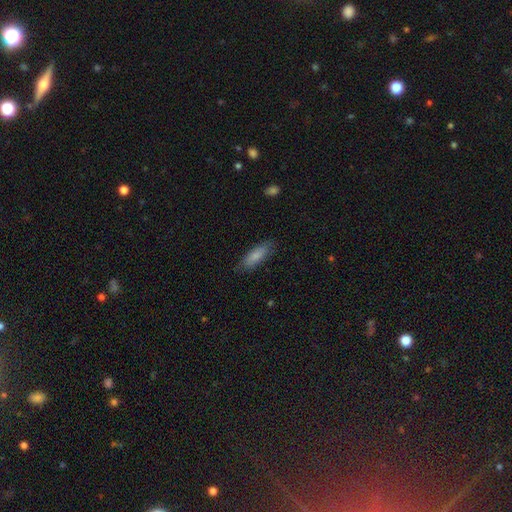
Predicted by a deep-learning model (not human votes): A smooth galaxy with no disk features (81%) that is in between round and cigar-shaped (58%).

Vote fractions:
- Smooth or featured? smooth: 81% / featured or disk: 13% / star or artifact: 6%
- How rounded? in between: 58% / cigar-shaped: 40% / round: 2%
- Merging? none: 81% / minor disturbance: 14% / major disturbance: 3% / merger: 1%